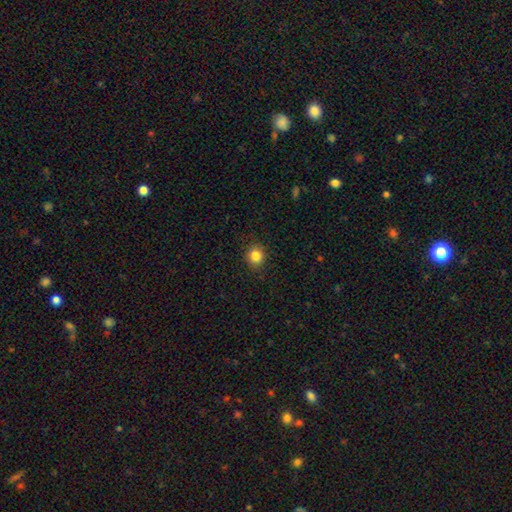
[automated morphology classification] Overall: smooth (84%). How rounded: round (84%). Merging: none (90%).